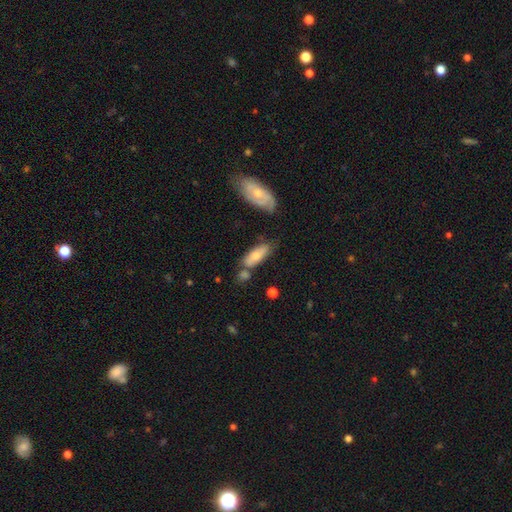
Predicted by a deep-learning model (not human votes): smooth-or-featured: smooth: 66% | featured or disk: 27% | star or artifact: 6%
  how-rounded: in between: 67% | cigar-shaped: 31% | round: 2%
  merging: none: 55% | minor disturbance: 20% | merger: 19% | major disturbance: 6%